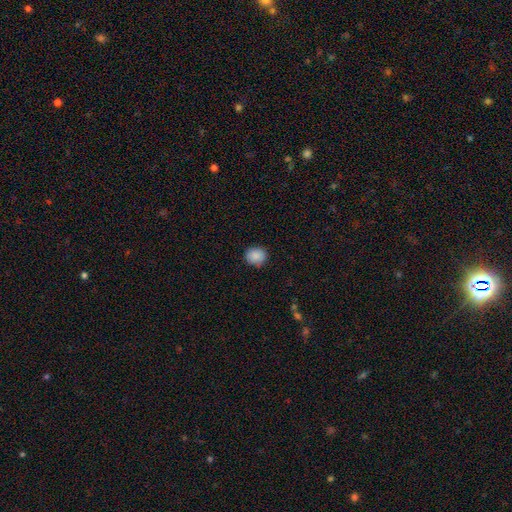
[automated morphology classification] smooth-or-featured: smooth: 88% | star or artifact: 8% | featured or disk: 4%
  how-rounded: round: 77% | in between: 22% | cigar-shaped: 1%
  merging: none: 86% | minor disturbance: 11% | major disturbance: 2% | merger: 1%